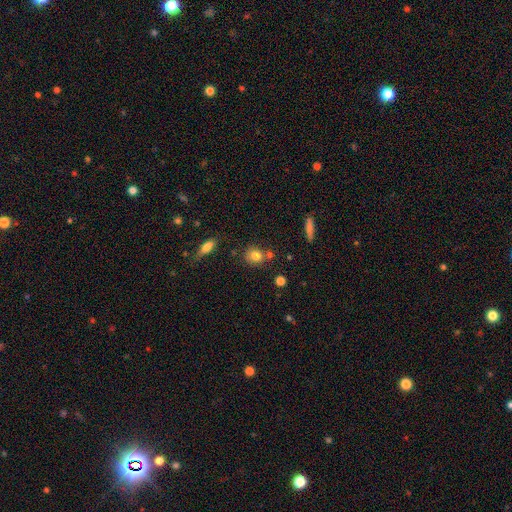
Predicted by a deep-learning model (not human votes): This appears to be a smooth galaxy with no disk features (79%) that is round (71%). Merging: none (64%).